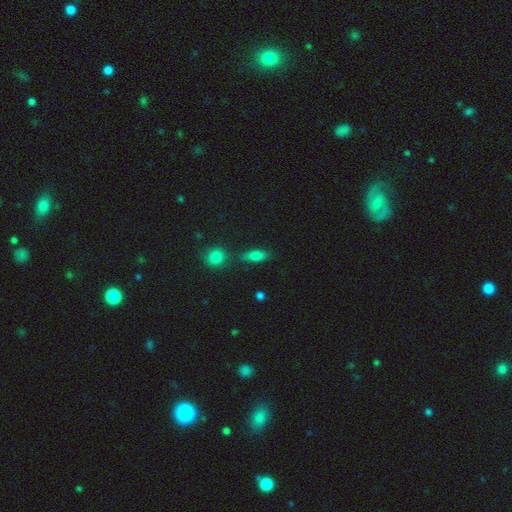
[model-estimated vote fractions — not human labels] Overall: smooth (79%). How rounded: in between (71%). Merging: none (72%).